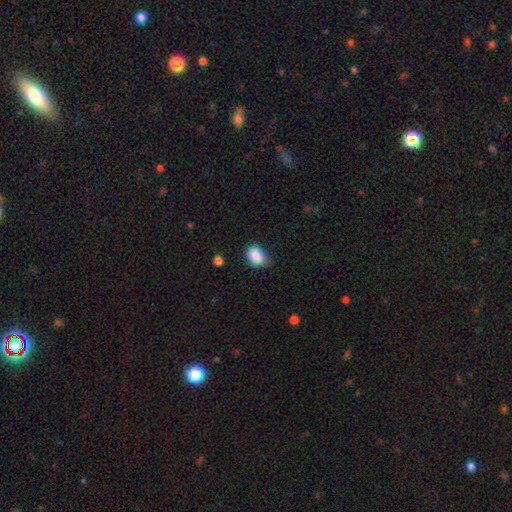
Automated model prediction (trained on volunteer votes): A smooth galaxy with no disk features (88%) that is in between round and cigar-shaped (71%). Merging: none (72%).